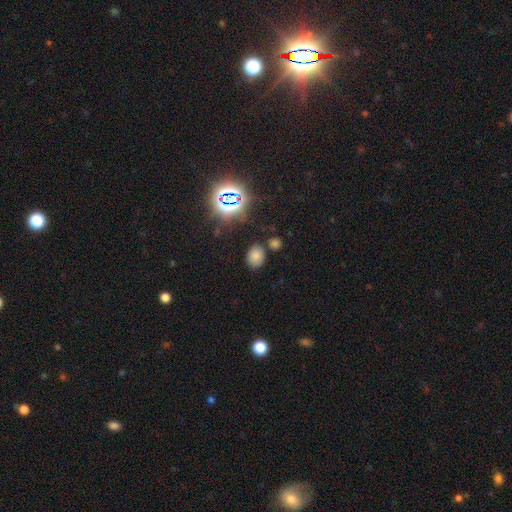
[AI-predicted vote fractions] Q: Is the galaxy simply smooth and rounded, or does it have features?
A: smooth — 70%.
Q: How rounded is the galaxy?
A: in between — 64%.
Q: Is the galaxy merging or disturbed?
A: none — 78%.